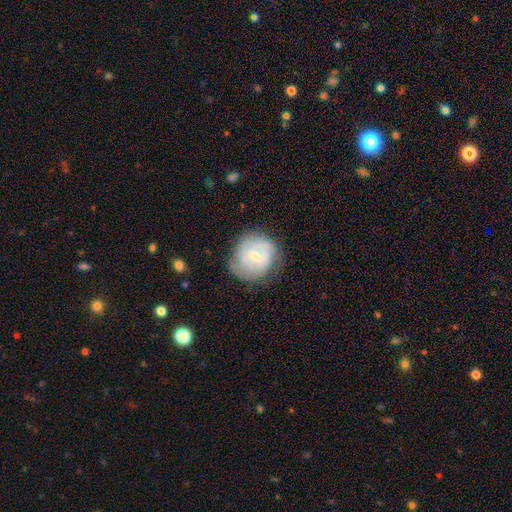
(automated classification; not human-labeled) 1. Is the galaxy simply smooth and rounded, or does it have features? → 58% featured or disk, 35% smooth, 6% star or artifact.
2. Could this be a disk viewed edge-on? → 97% no, 3% yes.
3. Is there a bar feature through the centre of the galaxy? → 55% weak, 32% no, 13% strong.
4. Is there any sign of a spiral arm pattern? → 73% yes, 27% no.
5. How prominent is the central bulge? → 57% small, 37% moderate, 2% none, 2% large, 1% dominant.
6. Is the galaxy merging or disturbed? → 66% none, 23% minor disturbance, 9% major disturbance, 2% merger.